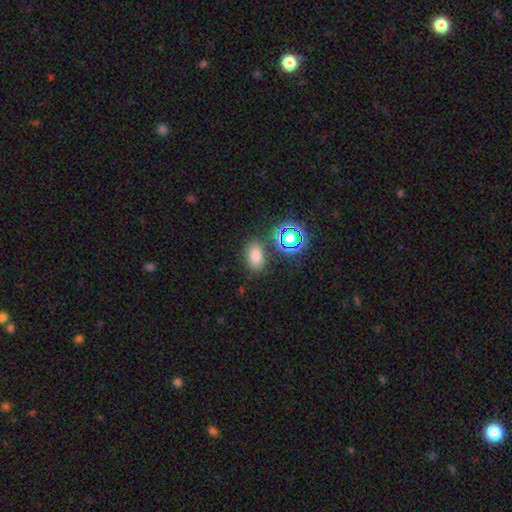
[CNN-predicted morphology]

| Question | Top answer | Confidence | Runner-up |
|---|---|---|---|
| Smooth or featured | smooth | 74% | star or artifact (19%) |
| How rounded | in between | 83% | round (15%) |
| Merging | none | 79% | minor disturbance (10%) |